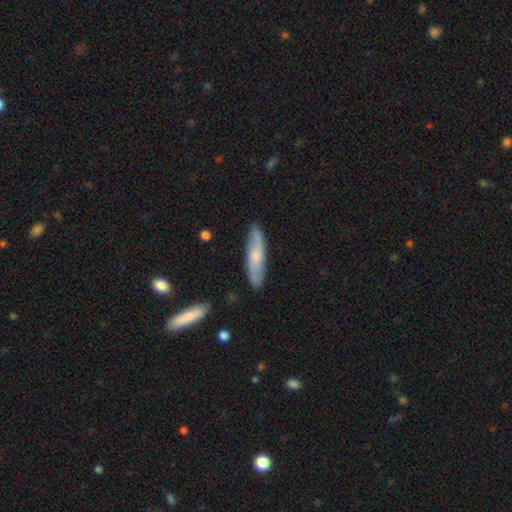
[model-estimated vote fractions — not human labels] Smooth or featured? smooth (53%)
How rounded? cigar-shaped (76%)
Merging? none (85%)